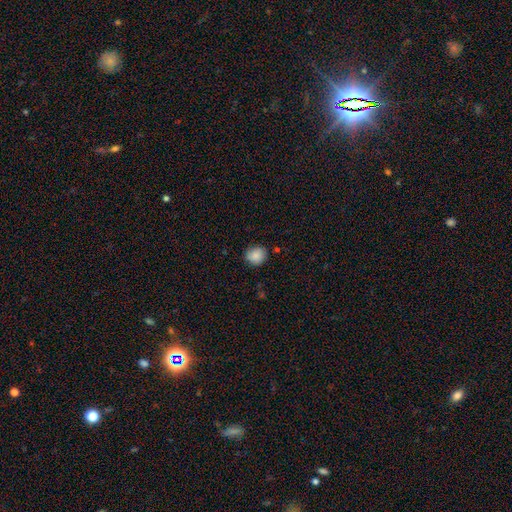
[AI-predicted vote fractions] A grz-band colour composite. It shows a smooth galaxy with no disk features (86%) that is round (81%). Merging: none (82%).